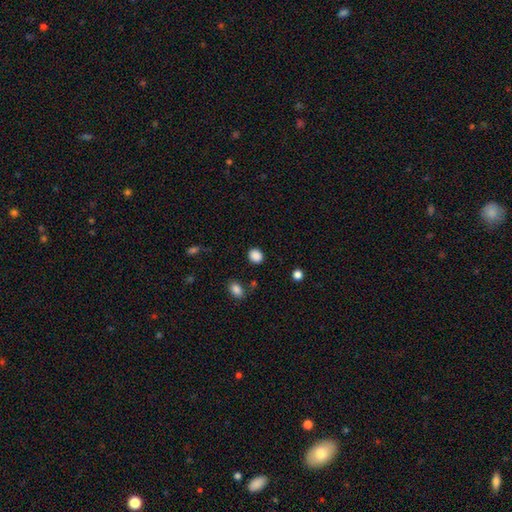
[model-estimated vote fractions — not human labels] This appears to be a smooth galaxy with no disk features (87%) that is round (60%). Merging: none (86%).